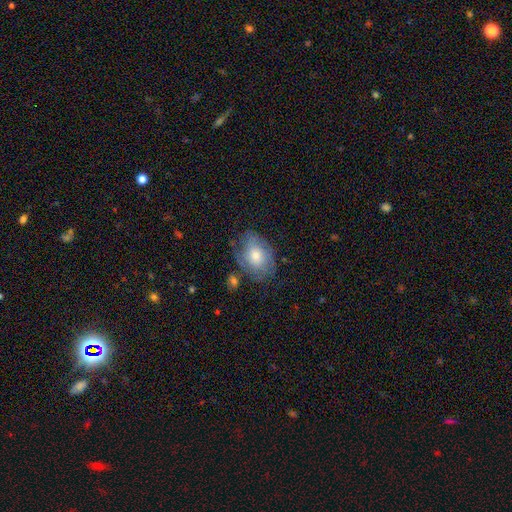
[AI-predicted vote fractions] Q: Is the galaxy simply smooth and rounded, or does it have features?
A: smooth — 55%.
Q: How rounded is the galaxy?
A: in between — 72%.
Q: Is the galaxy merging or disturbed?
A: none — 61%.